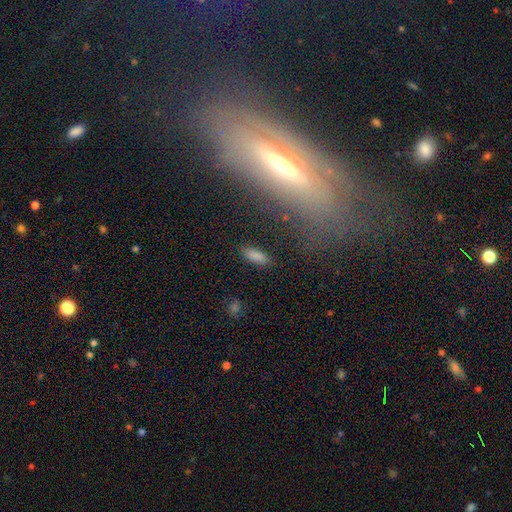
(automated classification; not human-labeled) This appears to be a smooth galaxy with no disk features (85%) that is in between round and cigar-shaped (68%). Merging: none (86%).